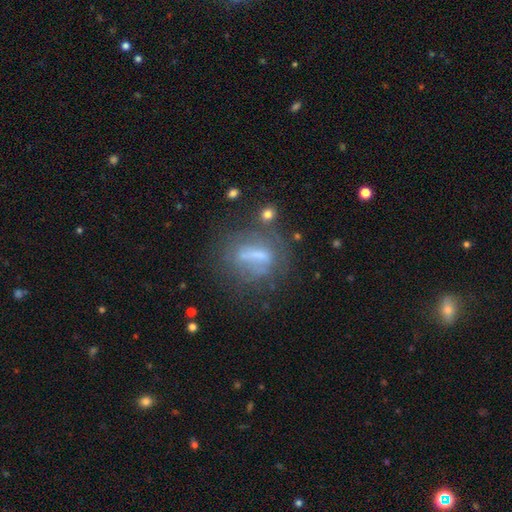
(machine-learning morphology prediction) Smooth or featured? Predicted: featured or disk (p=0.49). Merging? Predicted: none (p=0.50).